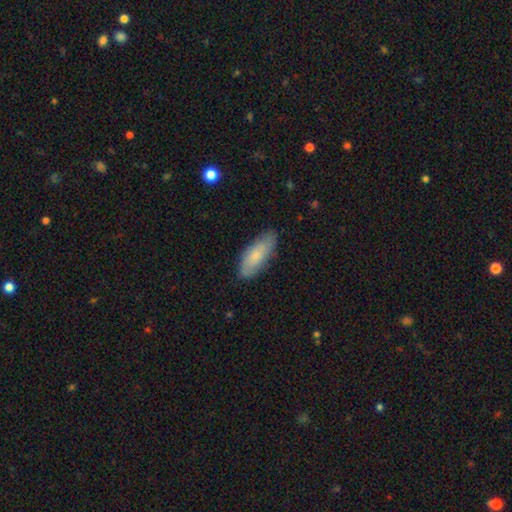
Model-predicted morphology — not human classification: A smooth galaxy with no disk features (71%) that is in between round and cigar-shaped (74%).

Vote fractions:
- Smooth or featured? smooth: 71% / featured or disk: 23% / star or artifact: 6%
- How rounded? in between: 74% / cigar-shaped: 24% / round: 2%
- Merging? none: 80% / minor disturbance: 16% / major disturbance: 3% / merger: 1%